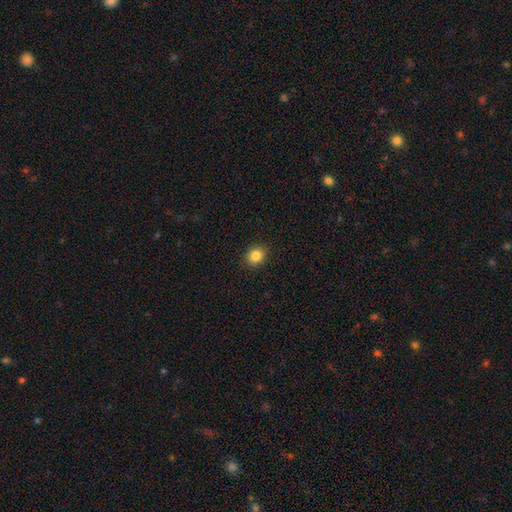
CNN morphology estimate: smooth_or_featured: smooth (p=0.85) [alt: star or artifact p=0.10]
how_rounded: round (p=0.65) [alt: in between p=0.35]
merging: none (p=0.90) [alt: minor disturbance p=0.07]